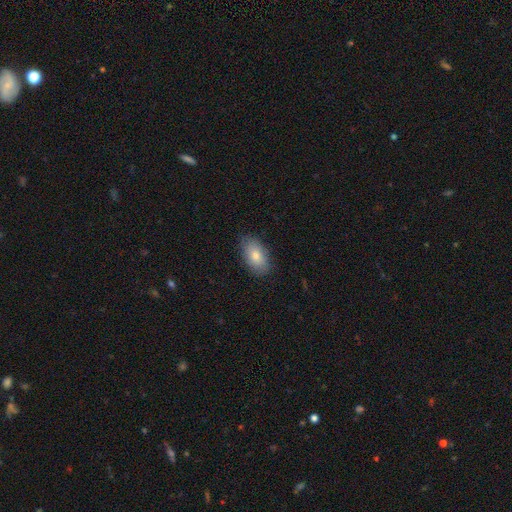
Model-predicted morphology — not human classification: Smooth or featured? Predicted: smooth (p=0.81). How rounded? Predicted: in between (p=0.93). Merging? Predicted: none (p=0.83).